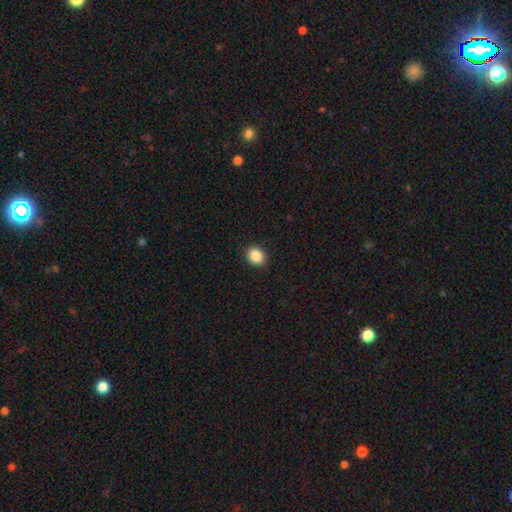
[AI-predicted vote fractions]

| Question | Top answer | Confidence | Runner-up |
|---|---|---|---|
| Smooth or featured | smooth | 88% | star or artifact (9%) |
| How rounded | round | 63% | in between (36%) |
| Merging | none | 92% | minor disturbance (6%) |